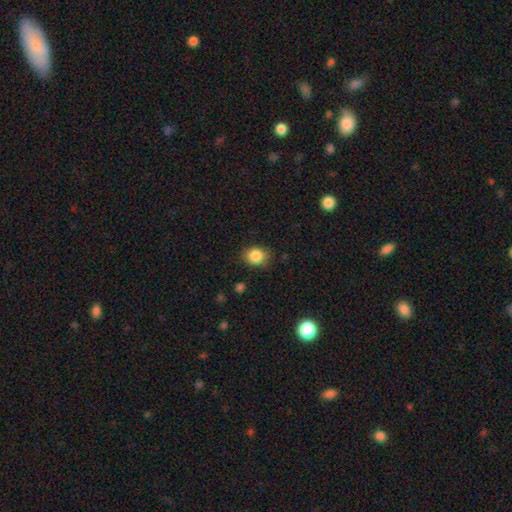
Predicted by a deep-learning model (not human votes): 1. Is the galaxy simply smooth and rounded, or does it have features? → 85% smooth, 9% star or artifact, 5% featured or disk.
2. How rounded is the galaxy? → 55% round, 44% in between, 1% cigar-shaped.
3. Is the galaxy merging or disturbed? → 82% none, 14% minor disturbance, 3% major disturbance, 1% merger.